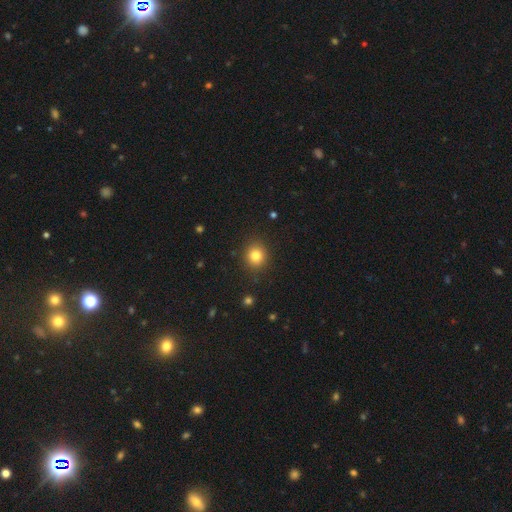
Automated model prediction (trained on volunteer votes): Q: Smooth or featured?
A: smooth (82%); runner-up: star or artifact (12%)
Q: How rounded?
A: round (82%); runner-up: in between (17%)
Q: Merging?
A: none (89%); runner-up: minor disturbance (7%)